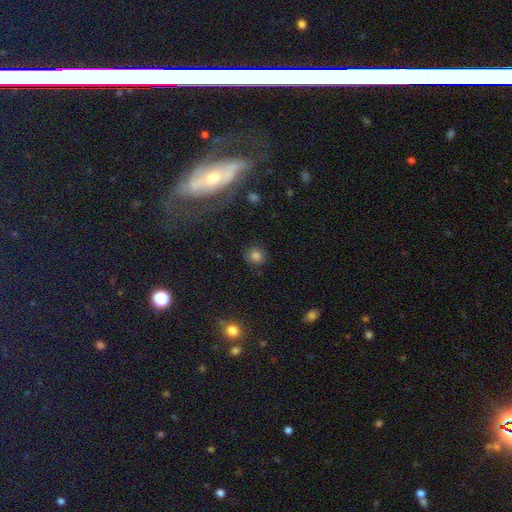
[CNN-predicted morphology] smooth_or_featured: smooth (p=0.80) [alt: star or artifact p=0.13]
how_rounded: round (p=0.84) [alt: in between p=0.15]
merging: none (p=0.85) [alt: minor disturbance p=0.10]